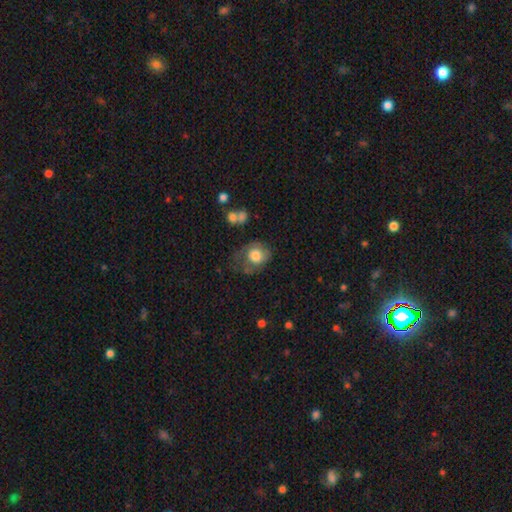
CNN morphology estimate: The model was most divided on "merging": none: 37%, major disturbance: 30%, minor disturbance: 29%, merger: 4%. More confident: smooth or featured — smooth (66%); how rounded — round (62%).